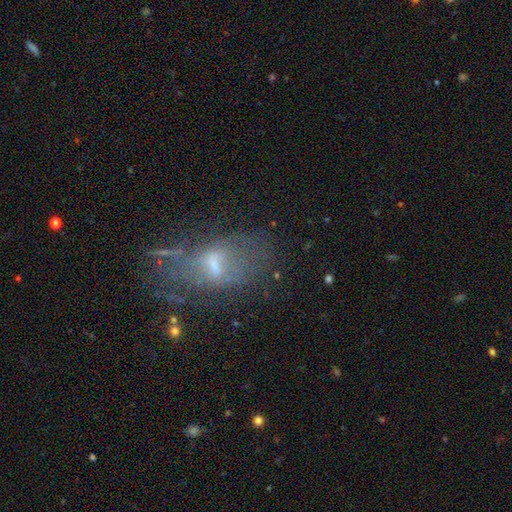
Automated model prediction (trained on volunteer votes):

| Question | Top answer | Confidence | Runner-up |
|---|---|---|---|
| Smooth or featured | featured or disk | 52% | smooth (30%) |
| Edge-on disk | no | 87% | yes (13%) |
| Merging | none | 46% | major disturbance (26%) |